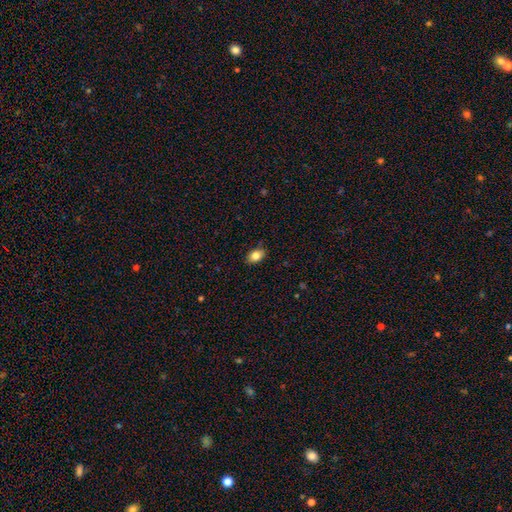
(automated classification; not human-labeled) The model was most divided on "how rounded": in between: 85%, round: 14%, cigar-shaped: 1%. More confident: merging — none (86%); smooth or featured — smooth (84%).